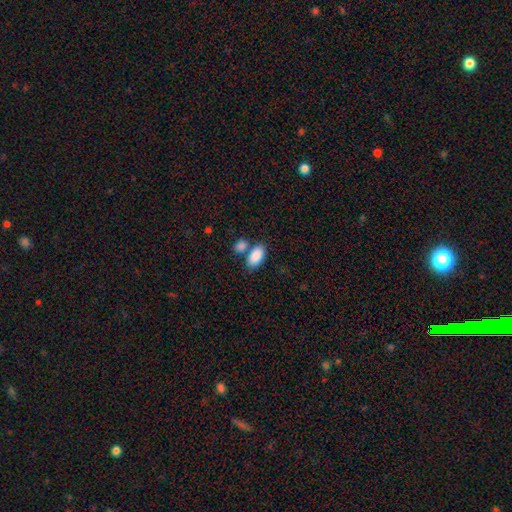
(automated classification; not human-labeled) Smooth or featured? smooth (88%)
How rounded? in between (94%)
Merging? none (58%)